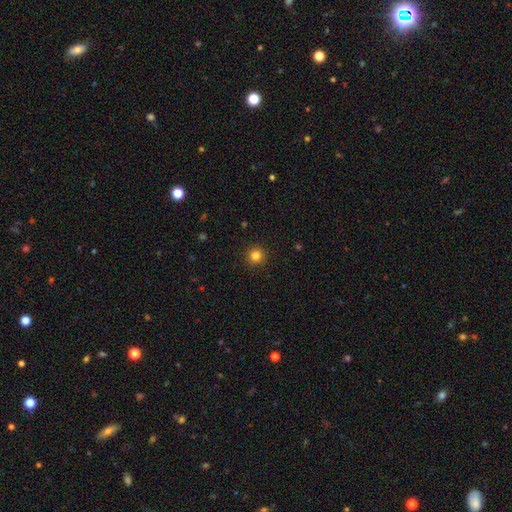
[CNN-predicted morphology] type=smooth (82%); roundness=round (95%); merging=none (92%).